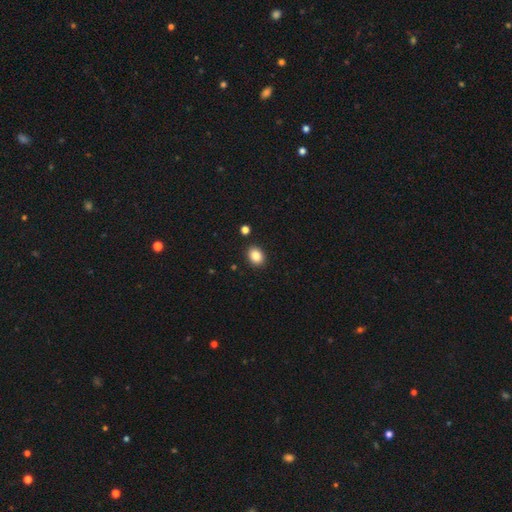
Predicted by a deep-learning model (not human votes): smooth_or_featured: smooth (p=0.86) [alt: star or artifact p=0.09]
how_rounded: in between (p=0.57) [alt: round p=0.42]
merging: none (p=0.89) [alt: minor disturbance p=0.07]